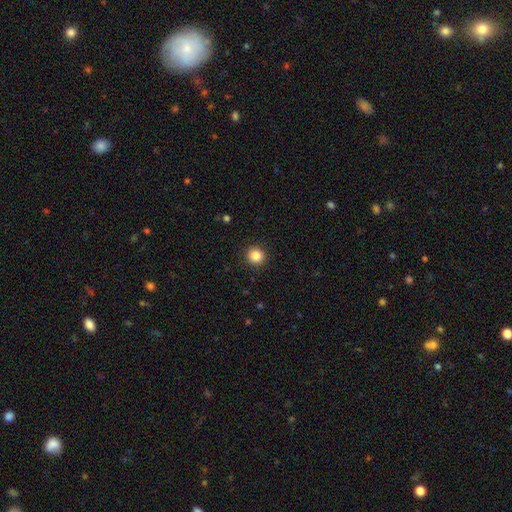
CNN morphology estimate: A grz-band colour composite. It shows a smooth galaxy with no disk features (85%) that is round (94%). Merging: none (92%).